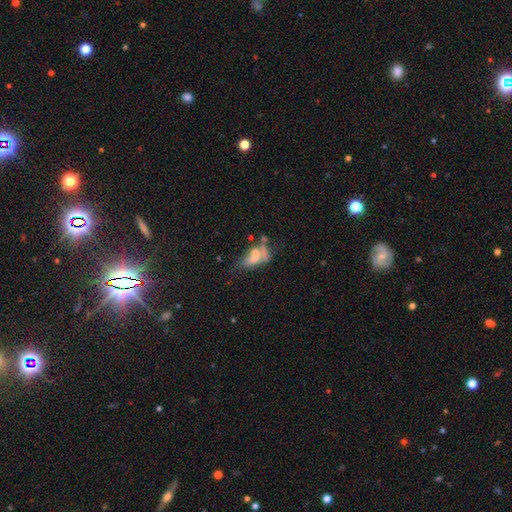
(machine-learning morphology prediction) smooth_or_featured: smooth (p=0.50) [alt: featured or disk p=0.36]
merging: merger (p=0.38) [alt: none p=0.23]